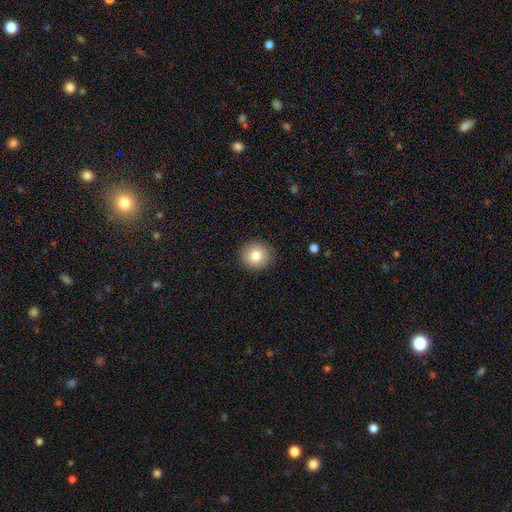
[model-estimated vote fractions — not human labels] The model was most divided on "smooth or featured": smooth: 81%, featured or disk: 9%, star or artifact: 9%. More confident: merging — none (88%); how rounded — round (87%).